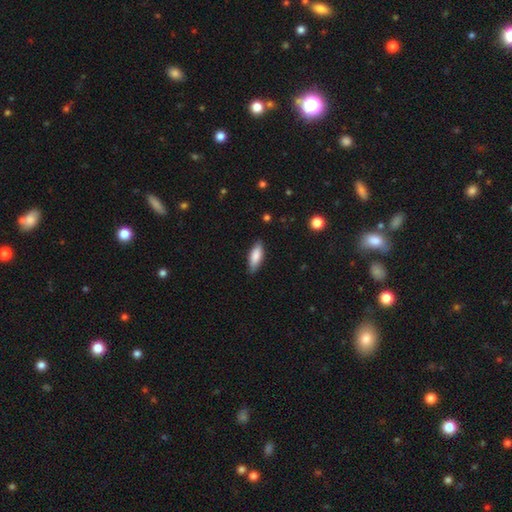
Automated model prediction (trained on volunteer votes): Overall: smooth (82%). How rounded: in between (67%; cigar-shaped 31%). Merging: none (85%).